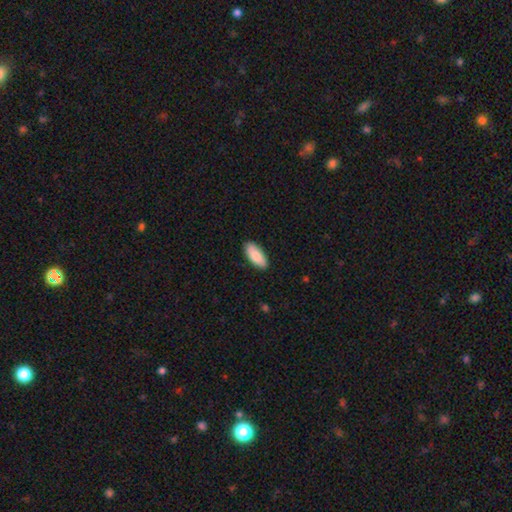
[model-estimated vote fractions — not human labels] Morphology: type=smooth (86%); roundness=in between (87%); merging=none (88%).